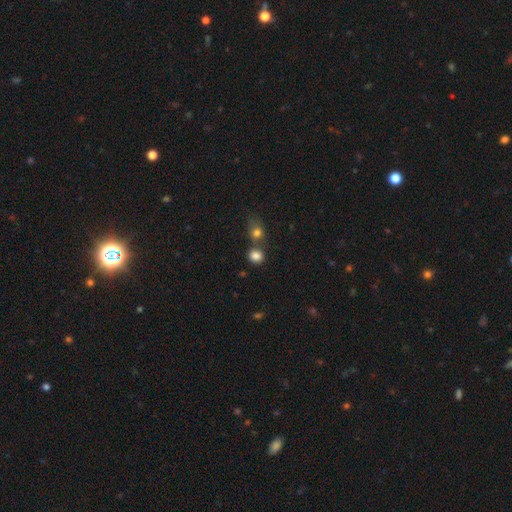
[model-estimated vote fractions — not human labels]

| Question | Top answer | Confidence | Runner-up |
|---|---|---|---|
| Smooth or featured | smooth | 83% | star or artifact (11%) |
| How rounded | round | 64% | in between (35%) |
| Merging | none | 58% | merger (28%) |